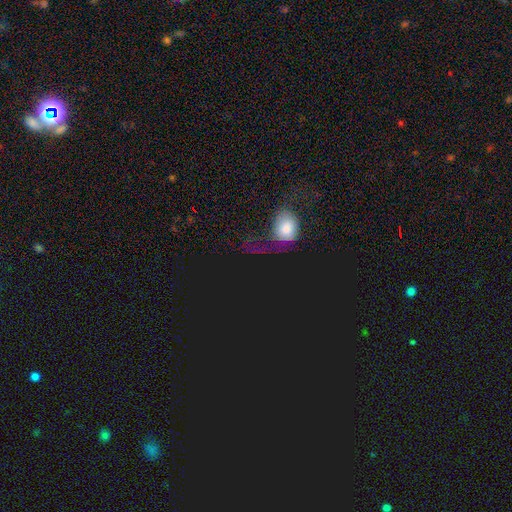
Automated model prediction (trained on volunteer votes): Smooth or featured?
  - star or artifact: 50% *
  - smooth: 33%
  - featured or disk: 17%